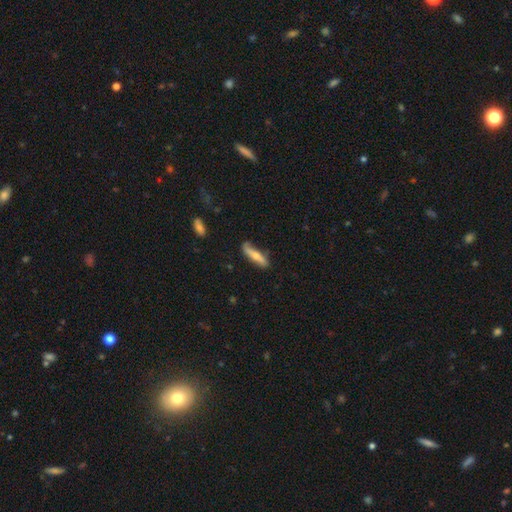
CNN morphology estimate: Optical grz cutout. It shows a smooth galaxy with no disk features (50%) that is cigar-shaped (77%). Merging: none (74%).